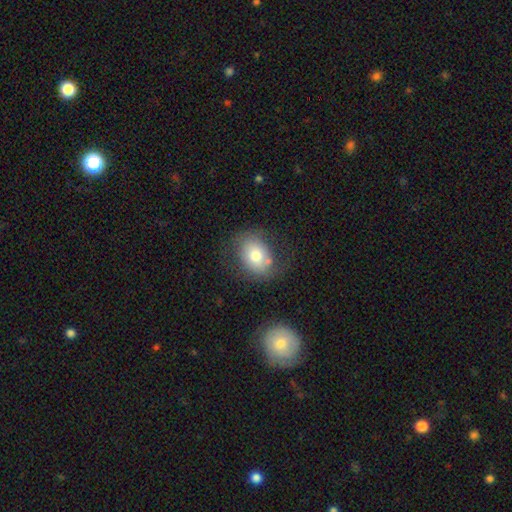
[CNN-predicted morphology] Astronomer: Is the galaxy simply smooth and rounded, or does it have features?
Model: smooth — 72%.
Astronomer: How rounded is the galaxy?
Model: in between — 57% (runner-up: round, 42%).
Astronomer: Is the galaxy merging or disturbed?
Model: none — 66%.